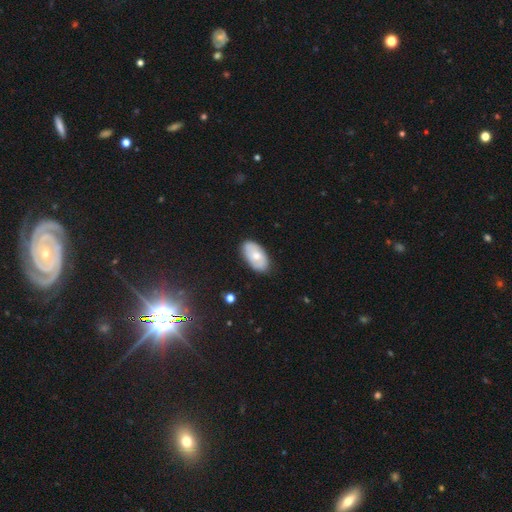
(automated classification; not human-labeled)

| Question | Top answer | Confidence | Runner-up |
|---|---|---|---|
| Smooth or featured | smooth | 60% | featured or disk (34%) |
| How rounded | in between | 94% | round (4%) |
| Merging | none | 84% | minor disturbance (13%) |